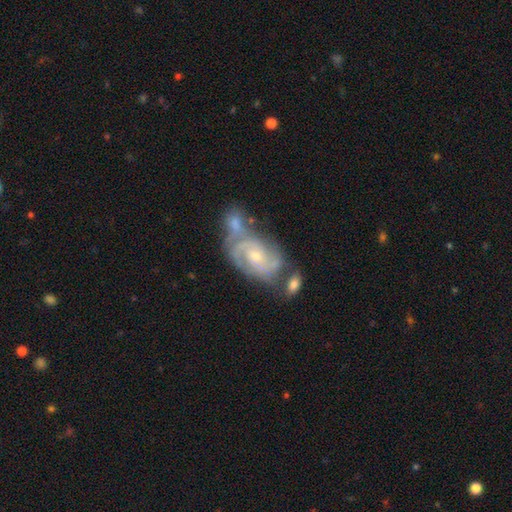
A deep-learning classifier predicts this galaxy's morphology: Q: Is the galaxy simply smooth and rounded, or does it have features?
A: featured or disk — 85%.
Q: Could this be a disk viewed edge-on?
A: no — 97%.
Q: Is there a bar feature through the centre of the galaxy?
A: no — 61%.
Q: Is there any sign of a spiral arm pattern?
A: yes — 96%.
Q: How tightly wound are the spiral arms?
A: tight — 52%.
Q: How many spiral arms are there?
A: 2 — 52%.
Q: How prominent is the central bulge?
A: small — 59%.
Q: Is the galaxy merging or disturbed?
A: merger — 37%.